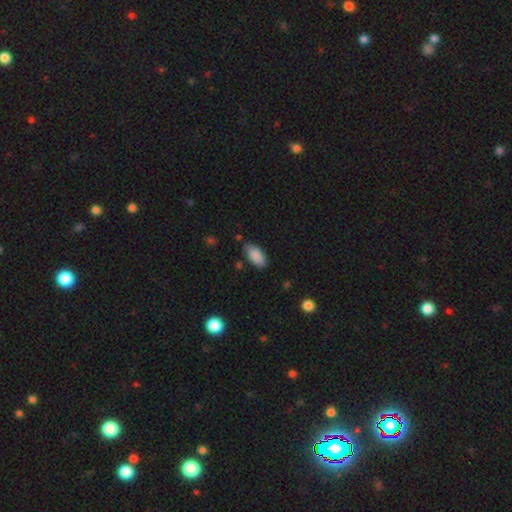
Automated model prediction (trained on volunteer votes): Smooth or featured? Predicted: smooth (p=0.88). How rounded? Predicted: in between (p=0.92). Merging? Predicted: none (p=0.79).